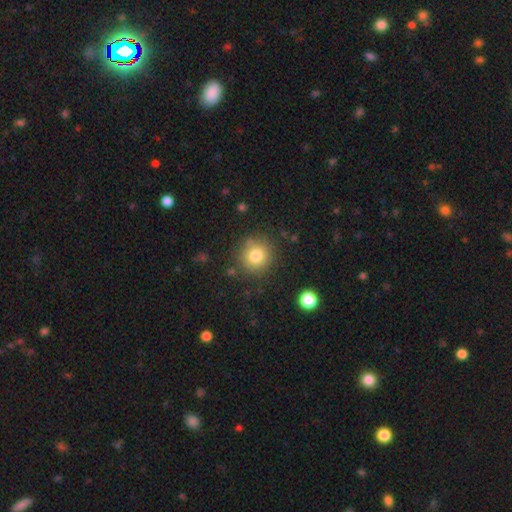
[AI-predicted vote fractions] smooth_or_featured: smooth (p=0.80) [alt: star or artifact p=0.12]
how_rounded: round (p=0.91) [alt: in between p=0.08]
merging: none (p=0.83) [alt: minor disturbance p=0.10]